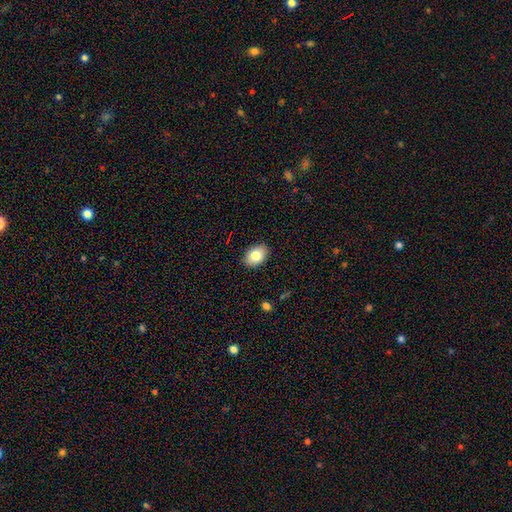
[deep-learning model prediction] smooth 82%, featured or disk 10%, star or artifact 8%. Down the decision tree: how rounded — in between (81%); merging — none (89%).